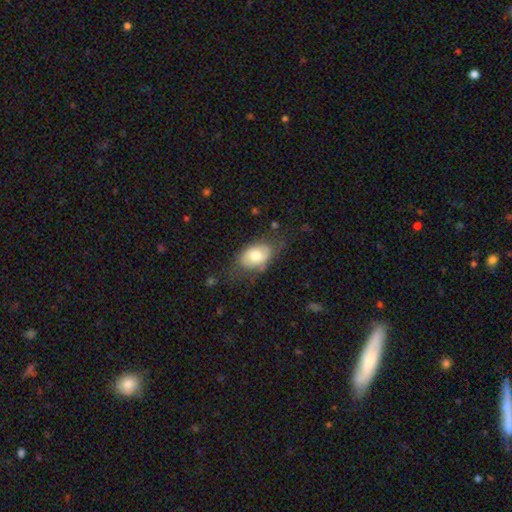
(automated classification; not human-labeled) A smooth galaxy with no disk features (64%) that is in between round and cigar-shaped (88%). Merging: none (58%).